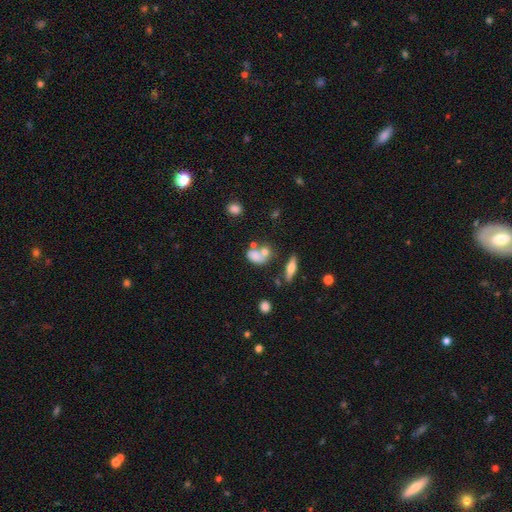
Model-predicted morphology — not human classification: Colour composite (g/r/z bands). It shows a smooth galaxy with no disk features (67%) that is in between round and cigar-shaped (74%). Merging: merger (43%).